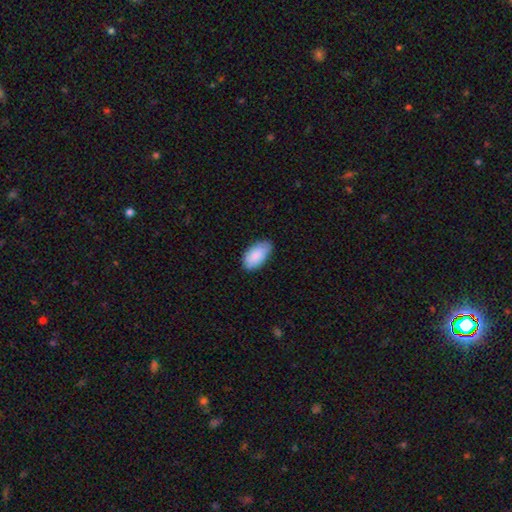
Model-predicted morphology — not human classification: This appears to be a smooth galaxy with no disk features (88%) that is in between round and cigar-shaped (95%). Merging: none (75%).